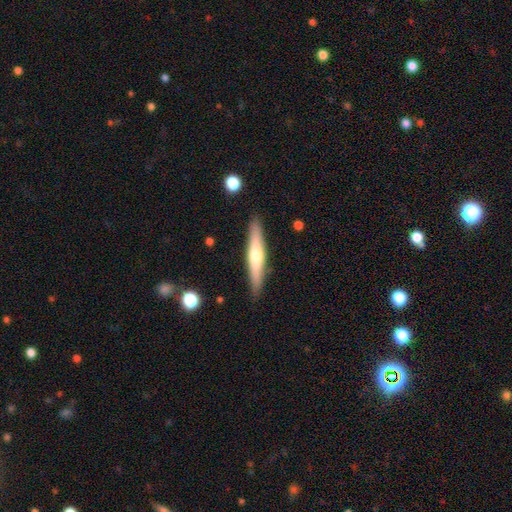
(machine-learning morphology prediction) Smooth or featured?
  - featured or disk: 51% *
  - smooth: 44%
  - star or artifact: 6%
Edge-on disk?
  - yes: 94% *
  - no: 6%
Merging?
  - none: 89% *
  - minor disturbance: 8%
  - major disturbance: 2%
  - merger: 1%